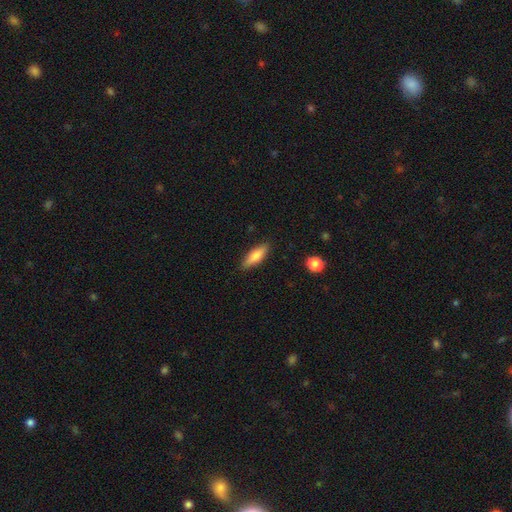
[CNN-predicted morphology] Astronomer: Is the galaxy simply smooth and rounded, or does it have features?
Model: smooth — 75%.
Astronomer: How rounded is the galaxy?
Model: in between — 51% (runner-up: cigar-shaped, 47%).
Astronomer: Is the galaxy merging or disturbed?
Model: none — 86%.